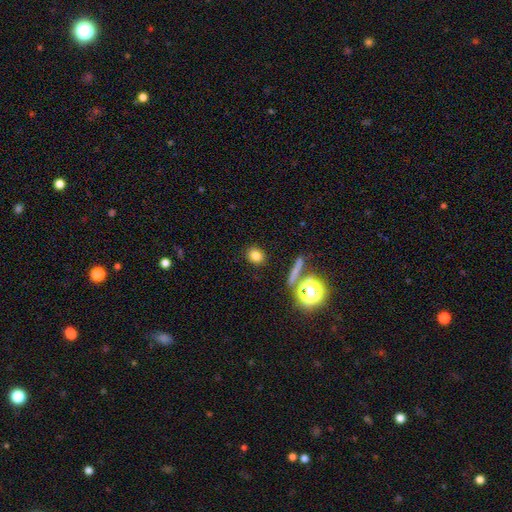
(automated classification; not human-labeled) smooth 79%, star or artifact 13%, featured or disk 8%. Down the decision tree: how rounded — round (67%); merging — none (88%).